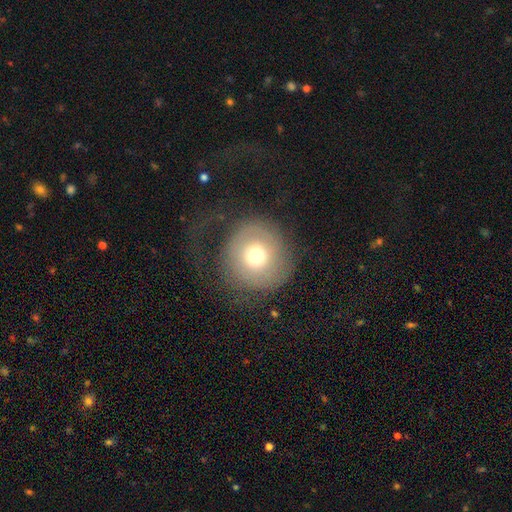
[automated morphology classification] smooth-or-featured: smooth: 62% | featured or disk: 27% | star or artifact: 11%
  how-rounded: round: 91% | in between: 8% | cigar-shaped: 1%
  merging: none: 54% | major disturbance: 27% | minor disturbance: 17% | merger: 2%